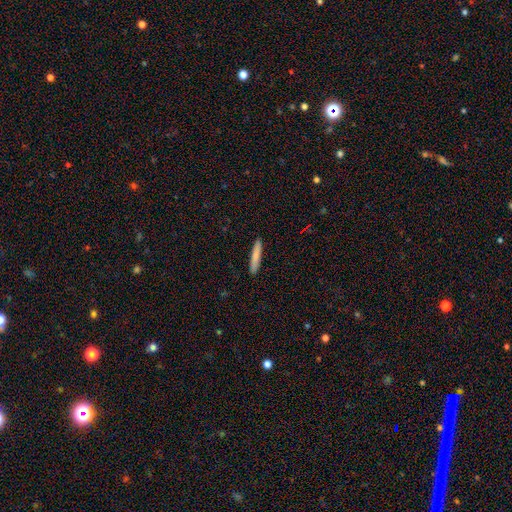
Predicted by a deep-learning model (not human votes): smooth-or-featured: smooth: 80% | featured or disk: 14% | star or artifact: 6%
  how-rounded: cigar-shaped: 94% | in between: 5% | round: 1%
  merging: none: 92% | minor disturbance: 6% | major disturbance: 1% | merger: 1%